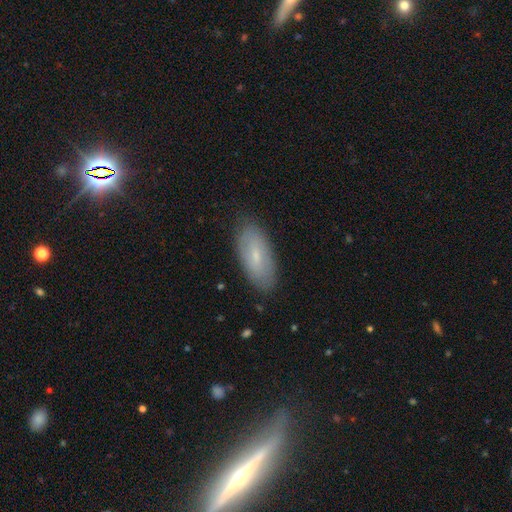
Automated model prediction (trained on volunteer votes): Morphology: type=smooth (58%); roundness=in between (81%); merging=none (84%).